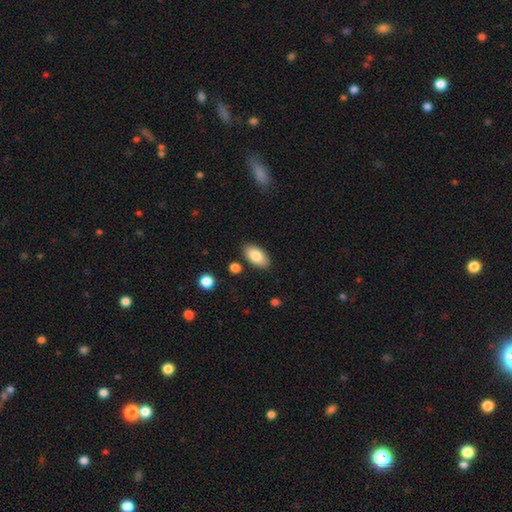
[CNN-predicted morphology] A smooth galaxy with no disk features (84%) that is in between round and cigar-shaped (94%).

Vote fractions:
- Smooth or featured? smooth: 84% / featured or disk: 10% / star or artifact: 7%
- How rounded? in between: 94% / round: 3% / cigar-shaped: 3%
- Merging? none: 85% / minor disturbance: 10% / merger: 3% / major disturbance: 2%